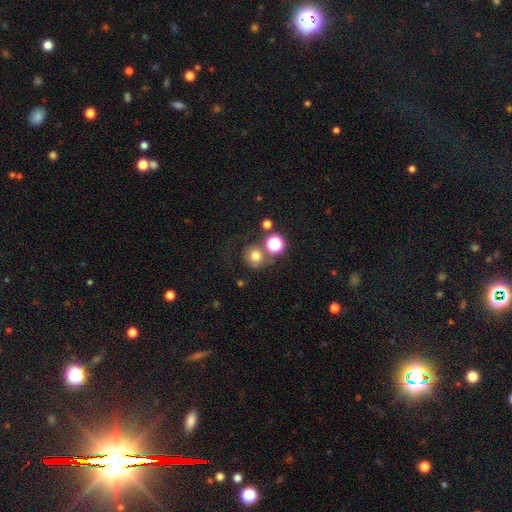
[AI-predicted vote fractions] Smooth or featured? smooth (72%)
How rounded? round (87%)
Merging? none (61%)